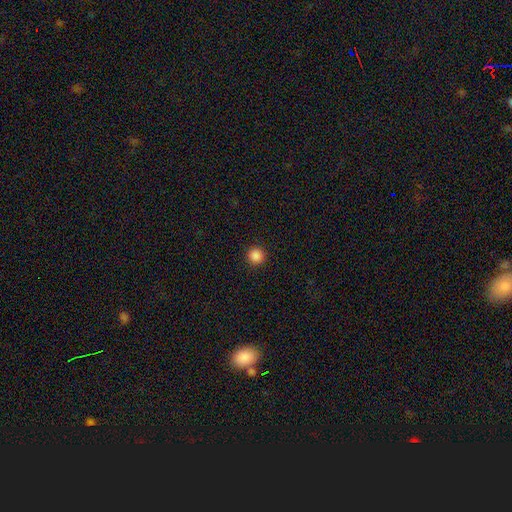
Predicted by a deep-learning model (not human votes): smooth_or_featured: smooth (p=0.87) [alt: star or artifact p=0.11]
how_rounded: round (p=0.95) [alt: in between p=0.04]
merging: none (p=0.93) [alt: minor disturbance p=0.05]